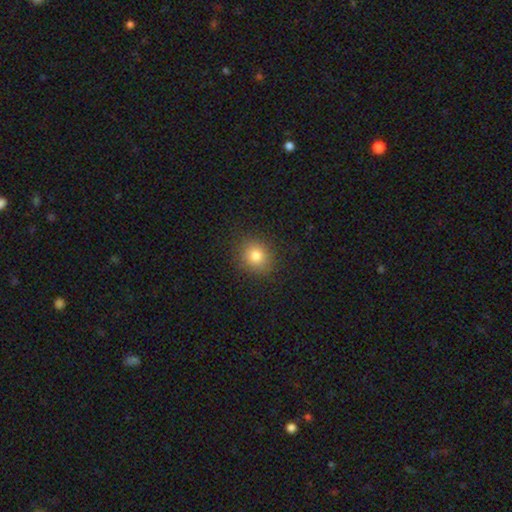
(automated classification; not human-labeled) This is likely a smooth galaxy (80%). How rounded: likely round (80%). Merging: clearly none (88%).